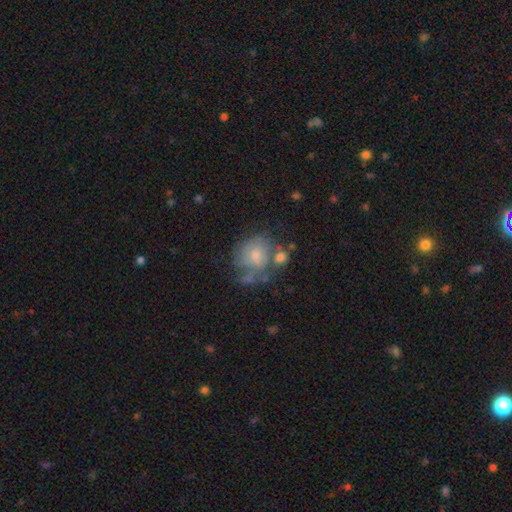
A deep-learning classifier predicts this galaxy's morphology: A smooth galaxy with no disk features (48%).

Vote fractions:
- Smooth or featured? smooth: 48% / featured or disk: 44% / star or artifact: 9%
- Merging? none: 37% / minor disturbance: 23% / major disturbance: 21% / merger: 20%